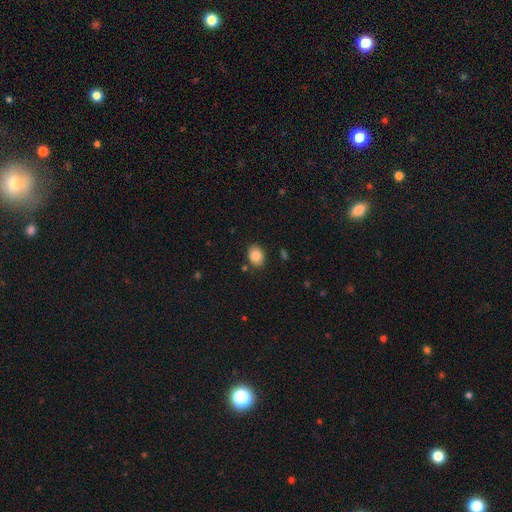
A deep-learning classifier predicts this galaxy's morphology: smooth 85%, star or artifact 8%, featured or disk 6%. Down the decision tree: how rounded — in between (62%); merging — none (84%).